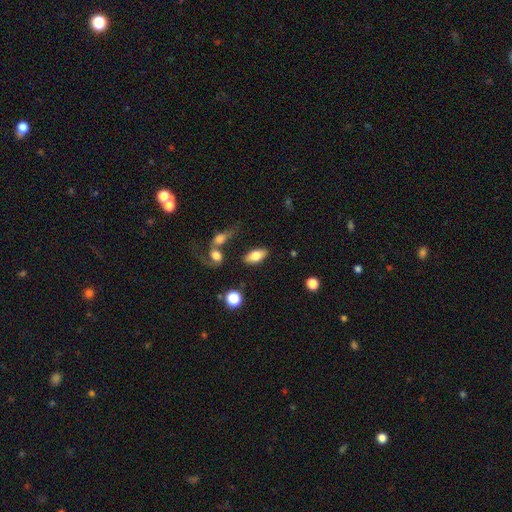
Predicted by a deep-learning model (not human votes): smooth-or-featured: smooth: 73% | featured or disk: 19% | star or artifact: 7%
  how-rounded: in between: 87% | cigar-shaped: 8% | round: 4%
  merging: none: 76% | minor disturbance: 12% | merger: 7% | major disturbance: 5%